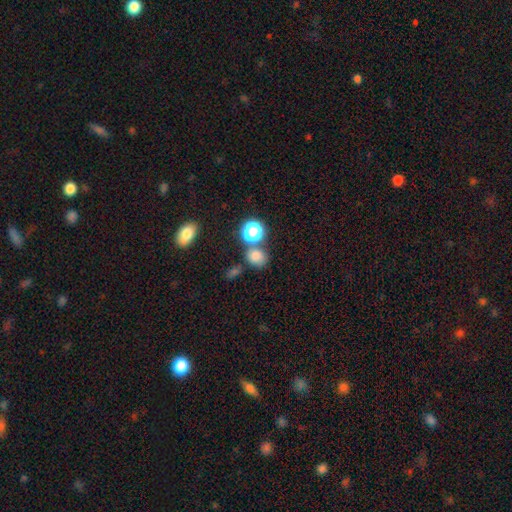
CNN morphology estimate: Q: Smooth or featured?
A: smooth (76%); runner-up: star or artifact (18%)
Q: How rounded?
A: round (66%); runner-up: in between (32%)
Q: Merging?
A: none (61%); runner-up: merger (24%)